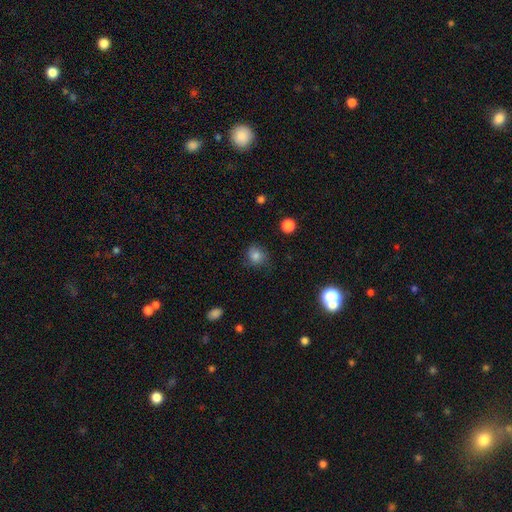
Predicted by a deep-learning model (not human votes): smooth 81%, star or artifact 13%, featured or disk 6%. Down the decision tree: how rounded — round (81%); merging — none (75%).